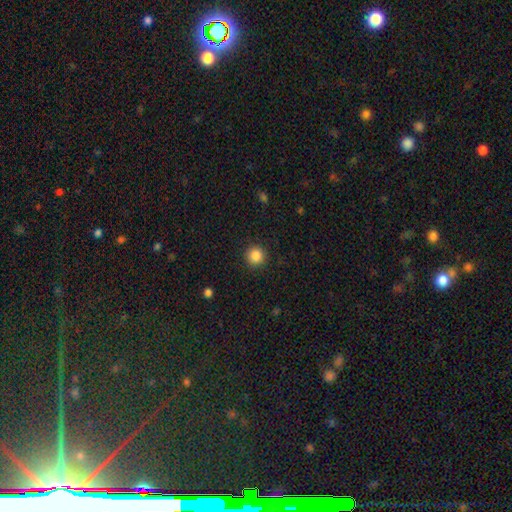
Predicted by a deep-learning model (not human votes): Smooth or featured? Predicted: smooth (p=0.86). How rounded? Predicted: round (p=0.94). Merging? Predicted: none (p=0.91).